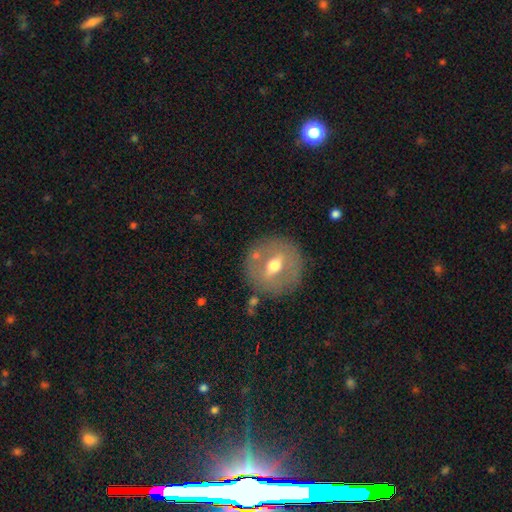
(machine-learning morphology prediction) type=featured or disk (52%); edge-on=no (84%); merging=none (81%).